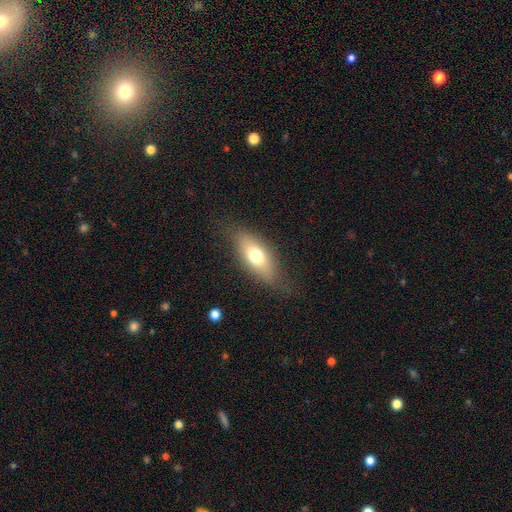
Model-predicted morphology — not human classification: A smooth galaxy with no disk features (68%) that is in between round and cigar-shaped (77%). Merging: none (76%).